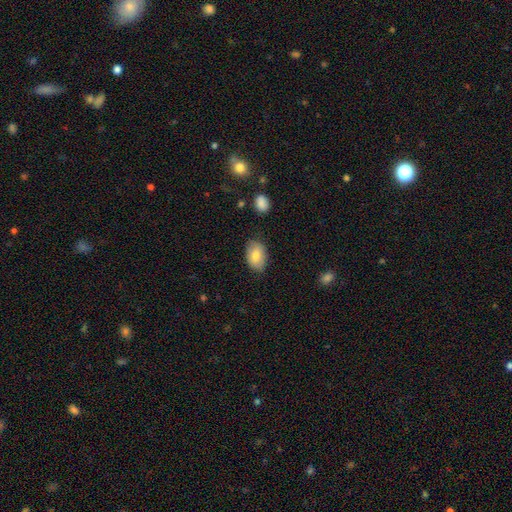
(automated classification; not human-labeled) smooth-or-featured: smooth: 78% | featured or disk: 15% | star or artifact: 7%
  how-rounded: in between: 88% | round: 11% | cigar-shaped: 1%
  merging: none: 80% | minor disturbance: 16% | major disturbance: 3% | merger: 2%